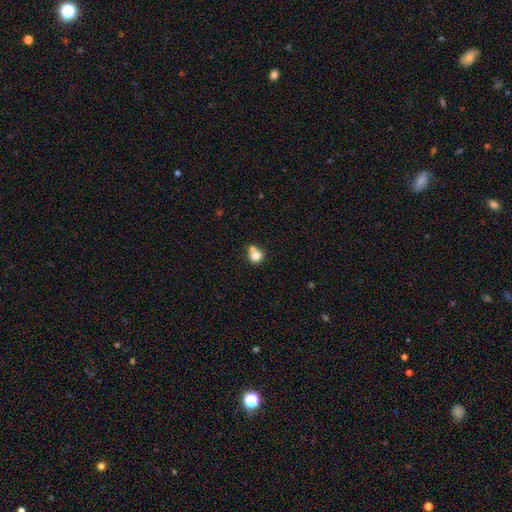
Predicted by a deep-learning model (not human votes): smooth-or-featured: smooth: 79% | star or artifact: 11% | featured or disk: 10%
  how-rounded: round: 83% | in between: 16% | cigar-shaped: 1%
  merging: none: 44% | merger: 41% | minor disturbance: 11% | major disturbance: 4%